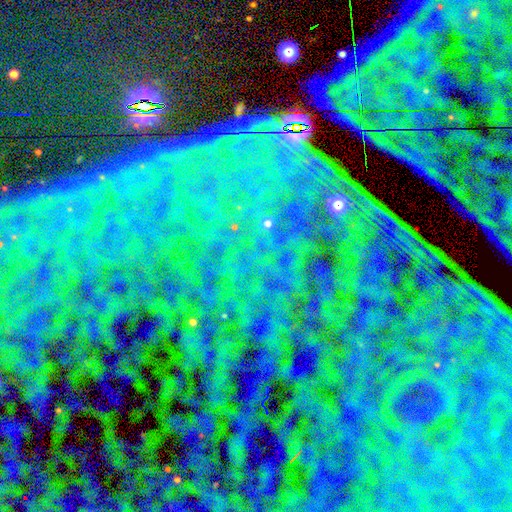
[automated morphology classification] This is clearly a star or artifact rather than a galaxy (86%).